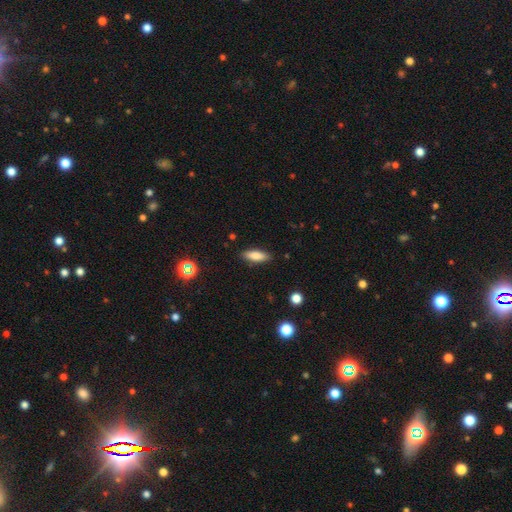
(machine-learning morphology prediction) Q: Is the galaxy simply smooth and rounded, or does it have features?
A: smooth — 80%.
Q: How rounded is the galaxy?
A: in between — 57%.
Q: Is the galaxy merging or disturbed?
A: none — 87%.